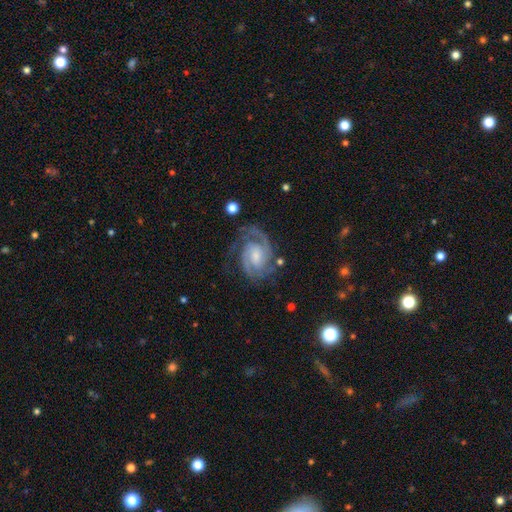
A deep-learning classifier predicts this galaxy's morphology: Smooth or featured? featured or disk (90%)
Edge-on disk? no (98%)
Bar? weak (48%)
Spiral arms? yes (98%)
Spiral winding? tight (47%)
Spiral arm count? 2 (68%)
Bulge size? small (40%)
Merging? none (67%)